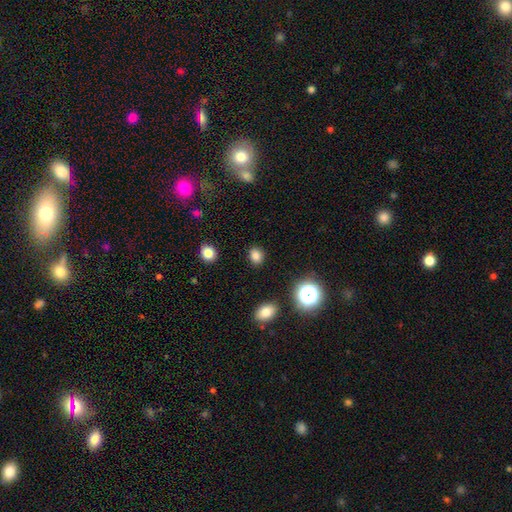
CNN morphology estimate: A smooth galaxy with no disk features (81%) that is round (53%).

Vote fractions:
- Smooth or featured? smooth: 81% / star or artifact: 14% / featured or disk: 4%
- How rounded? round: 53% / in between: 45% / cigar-shaped: 1%
- Merging? none: 88% / minor disturbance: 8% / major disturbance: 3% / merger: 2%